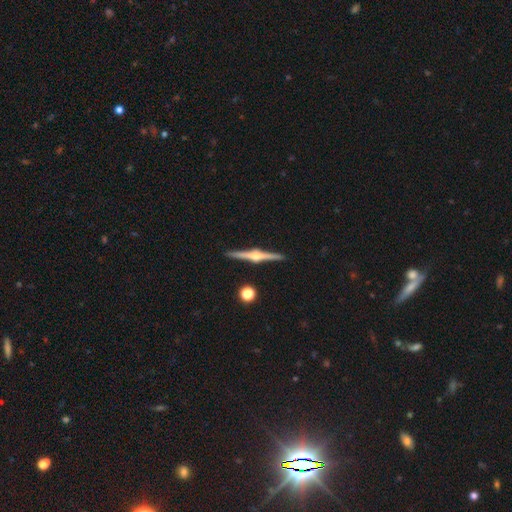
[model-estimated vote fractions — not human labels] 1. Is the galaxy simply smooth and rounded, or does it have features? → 84% featured or disk, 11% smooth, 5% star or artifact.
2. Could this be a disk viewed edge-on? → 99% yes, 1% no.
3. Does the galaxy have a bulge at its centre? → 91% rounded, 6% boxy, 3% none.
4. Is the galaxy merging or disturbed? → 92% none, 5% minor disturbance, 1% merger, 1% major disturbance.